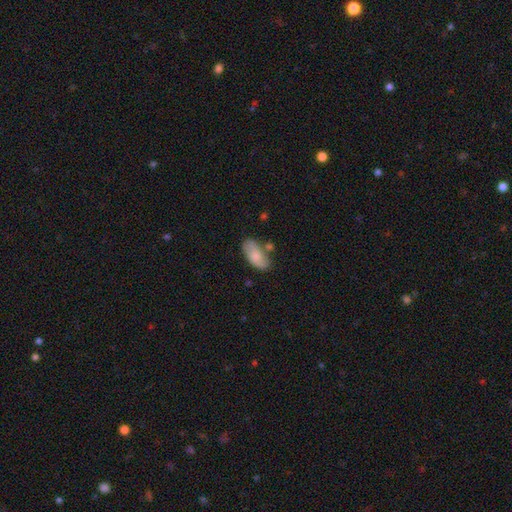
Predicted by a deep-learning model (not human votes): Smooth or featured? Predicted: smooth (p=0.68). How rounded? Predicted: in between (p=0.92). Merging? Predicted: none (p=0.65).